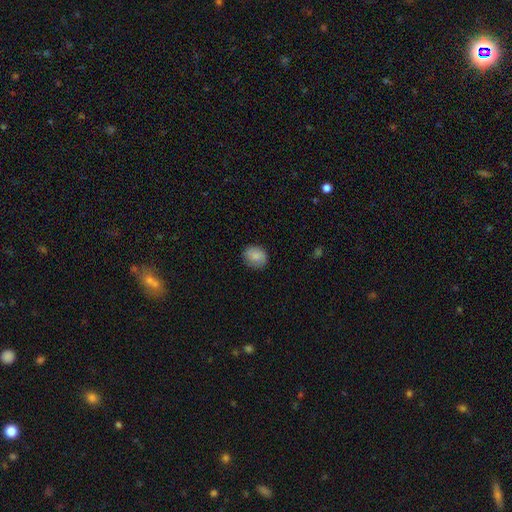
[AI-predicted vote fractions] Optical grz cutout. It shows a smooth galaxy with no disk features (79%) that is round (62%). Merging: none (80%).